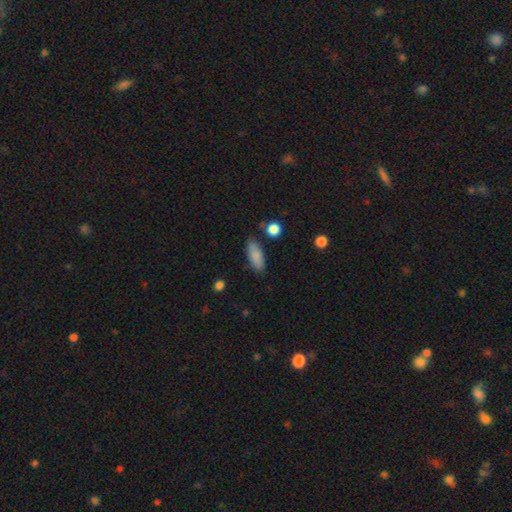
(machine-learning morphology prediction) The model was most divided on "how rounded": in between: 74%, cigar-shaped: 24%, round: 2%. More confident: smooth or featured — smooth (85%); merging — none (81%).